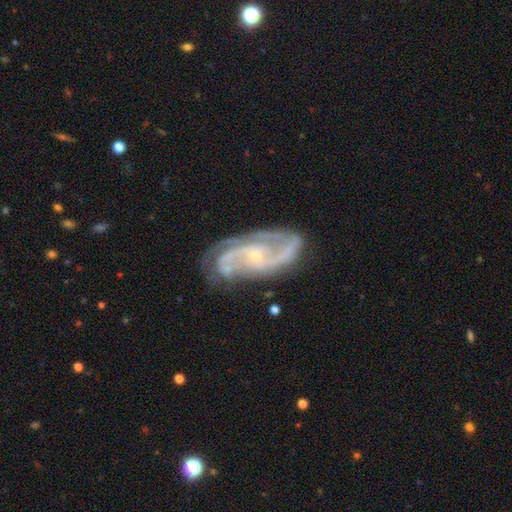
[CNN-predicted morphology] This appears to be a featured or disk galaxy (90%) with no bar (57%), 2 (63%) medium (52%) spiral arms (98%) and a small central bulge (78%). Merging: none (71%).